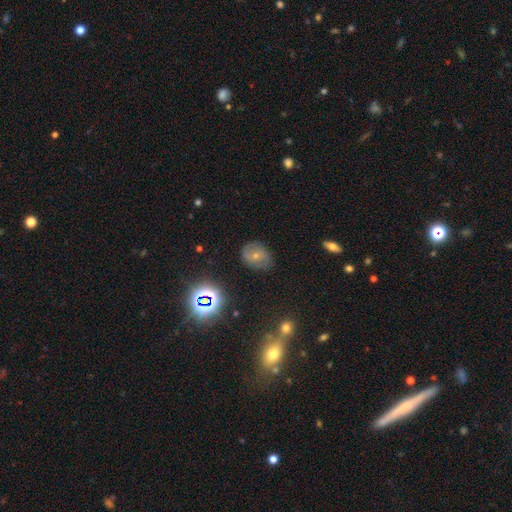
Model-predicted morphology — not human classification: Smooth or featured: smooth — 47% (featured or disk — 37%)
Merging: none — 75% (minor disturbance — 18%)